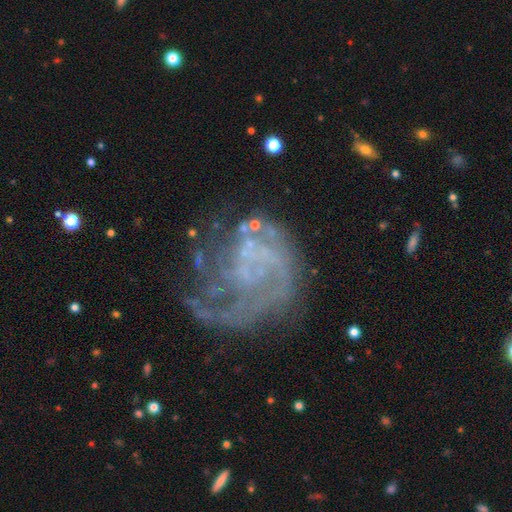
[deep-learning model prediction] Smooth or featured?
  - featured or disk: 80% *
  - smooth: 11%
  - star or artifact: 9%
Edge-on disk?
  - no: 98% *
  - yes: 2%
Bar?
  - no: 79% *
  - weak: 17%
  - strong: 4%
Spiral arms?
  - yes: 75% *
  - no: 25%
Spiral winding?
  - tight: 40% *
  - medium: 31%
  - loose: 29%
Spiral arm count?
  - 1: 31% *
  - can't tell: 29%
  - 2: 16%
  - 3: 13%
  - 4: 6%
  - more than 4: 5%
Bulge size?
  - none: 73% *
  - small: 16%
  - moderate: 7%
  - large: 2%
  - dominant: 1%
Merging?
  - none: 48% *
  - major disturbance: 30%
  - minor disturbance: 17%
  - merger: 4%